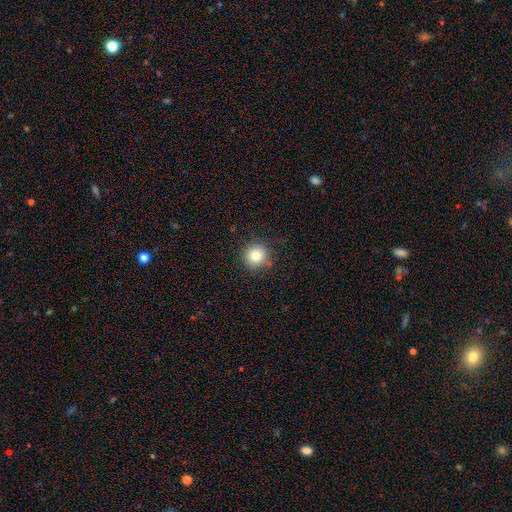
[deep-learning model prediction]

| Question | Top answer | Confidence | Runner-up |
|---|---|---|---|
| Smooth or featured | smooth | 79% | star or artifact (12%) |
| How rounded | round | 94% | in between (5%) |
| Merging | none | 87% | minor disturbance (9%) |